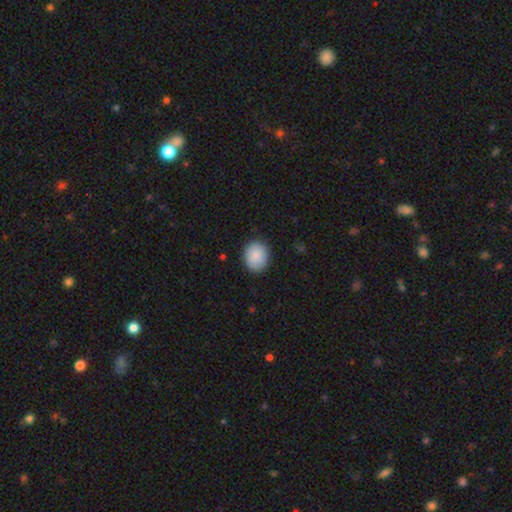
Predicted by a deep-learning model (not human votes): Q: Smooth or featured?
A: smooth (87%); runner-up: star or artifact (7%)
Q: How rounded?
A: round (55%); runner-up: in between (44%)
Q: Merging?
A: none (87%); runner-up: minor disturbance (10%)